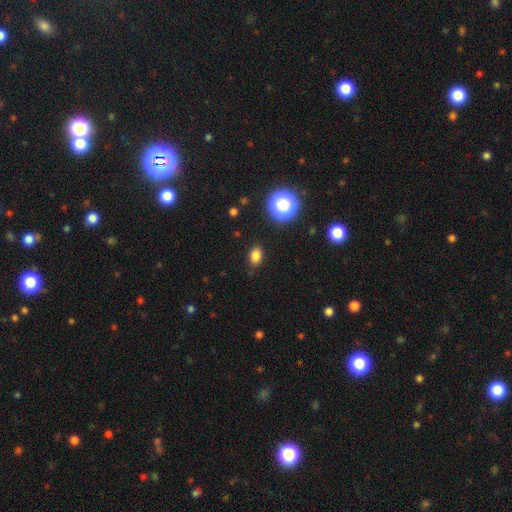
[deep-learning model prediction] Overall: smooth (81%). How rounded: in between (75%). Merging: none (87%).